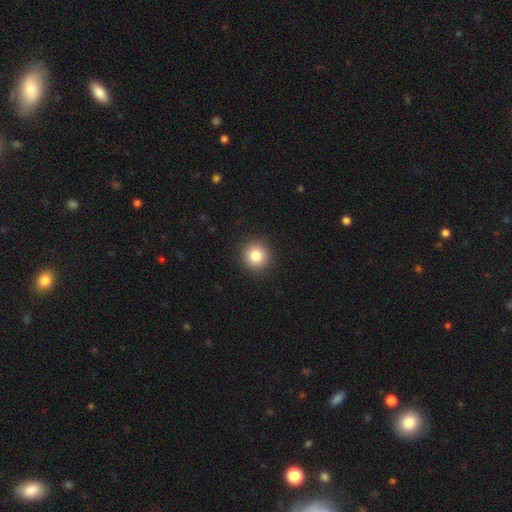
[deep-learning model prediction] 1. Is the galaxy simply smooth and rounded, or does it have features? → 83% smooth, 10% star or artifact, 7% featured or disk.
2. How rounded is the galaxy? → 94% round, 5% in between, 1% cigar-shaped.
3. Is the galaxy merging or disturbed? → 92% none, 5% minor disturbance, 2% major disturbance, 1% merger.